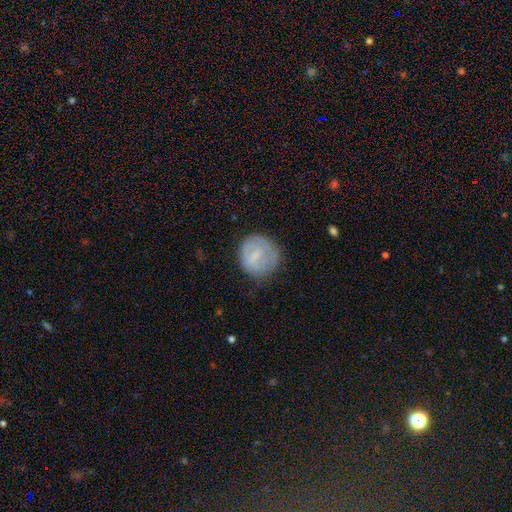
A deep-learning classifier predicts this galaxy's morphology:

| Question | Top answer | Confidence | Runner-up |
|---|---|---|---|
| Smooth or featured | smooth | 62% | featured or disk (30%) |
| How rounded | round | 89% | in between (10%) |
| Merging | none | 73% | minor disturbance (19%) |